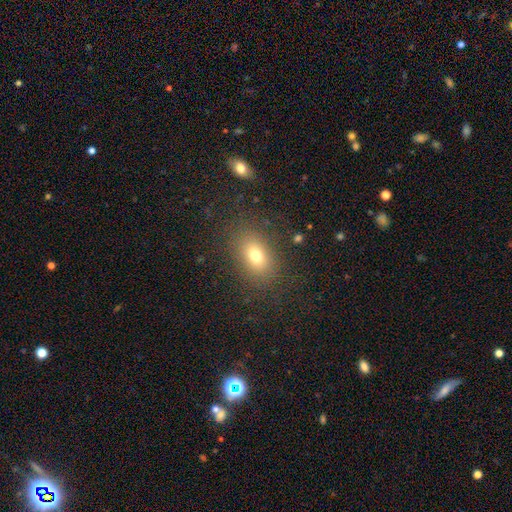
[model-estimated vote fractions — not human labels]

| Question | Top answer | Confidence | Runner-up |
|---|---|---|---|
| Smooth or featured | smooth | 73% | featured or disk (14%) |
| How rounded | in between | 76% | round (22%) |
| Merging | none | 82% | minor disturbance (11%) |